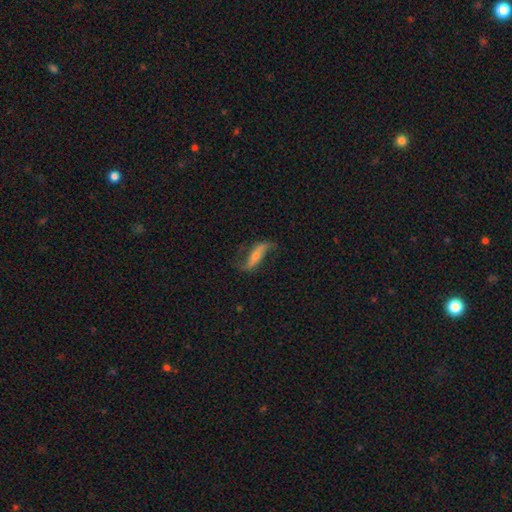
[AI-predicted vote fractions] Q: Smooth or featured?
A: featured or disk (77%); runner-up: smooth (15%)
Q: Edge-on disk?
A: no (84%); runner-up: yes (16%)
Q: Bar?
A: strong (42%); runner-up: no (32%)
Q: Spiral arms?
A: yes (93%); runner-up: no (7%)
Q: Spiral winding?
A: loose (83%); runner-up: medium (13%)
Q: Spiral arm count?
A: 2 (91%); runner-up: 1 (3%)
Q: Bulge size?
A: small (57%); runner-up: moderate (28%)
Q: Merging?
A: none (71%); runner-up: minor disturbance (17%)